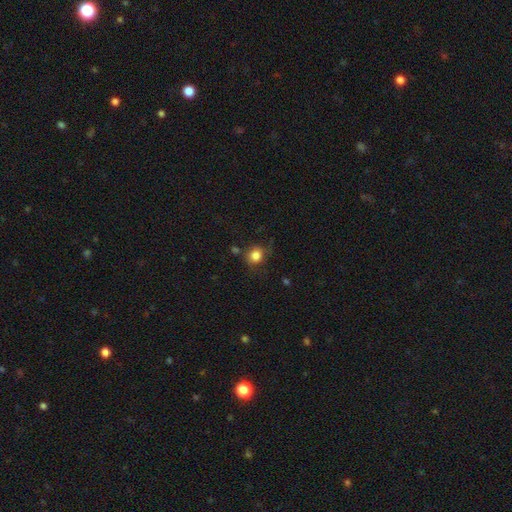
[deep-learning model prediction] This appears to be a smooth galaxy with no disk features (83%) that is round (79%). Merging: none (71%).